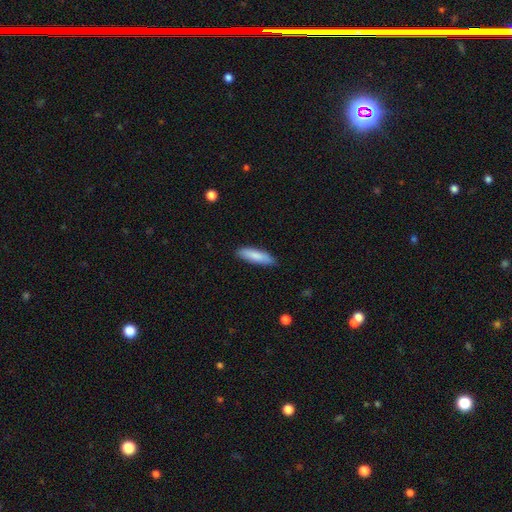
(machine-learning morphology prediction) smooth_or_featured: smooth (p=0.84) [alt: featured or disk p=0.10]
how_rounded: cigar-shaped (p=0.65) [alt: in between p=0.34]
merging: none (p=0.85) [alt: minor disturbance p=0.12]